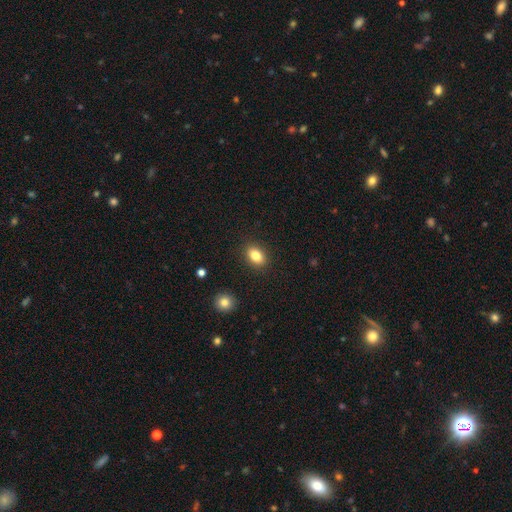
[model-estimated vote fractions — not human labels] This is clearly a smooth galaxy (83%). How rounded: likely in between (78%). Merging: clearly none (88%).